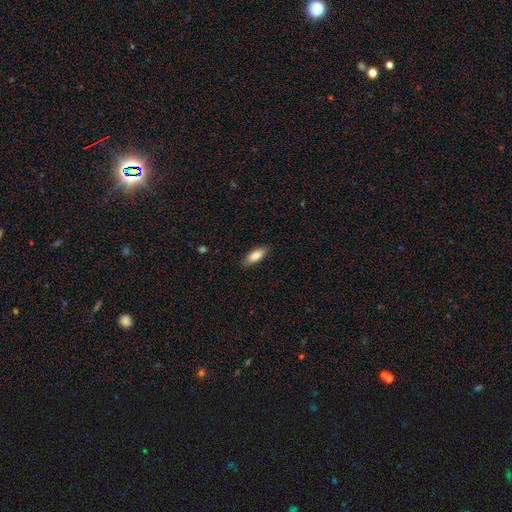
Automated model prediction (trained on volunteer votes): smooth_or_featured: smooth (p=0.86) [alt: featured or disk p=0.08]
how_rounded: in between (p=0.69) [alt: cigar-shaped p=0.29]
merging: none (p=0.85) [alt: minor disturbance p=0.11]